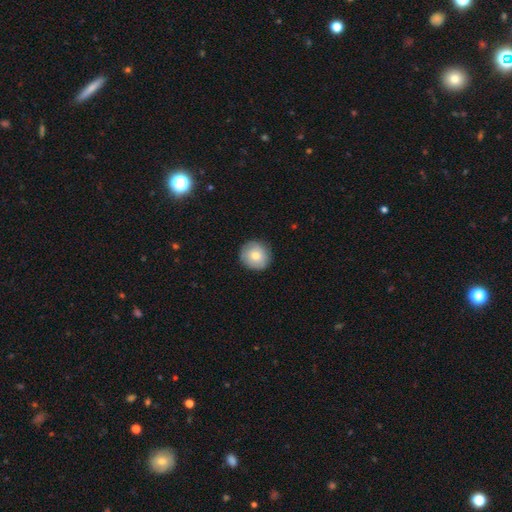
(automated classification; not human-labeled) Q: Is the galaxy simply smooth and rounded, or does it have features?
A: smooth — 76%.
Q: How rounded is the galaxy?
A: round — 94%.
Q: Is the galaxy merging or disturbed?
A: none — 88%.